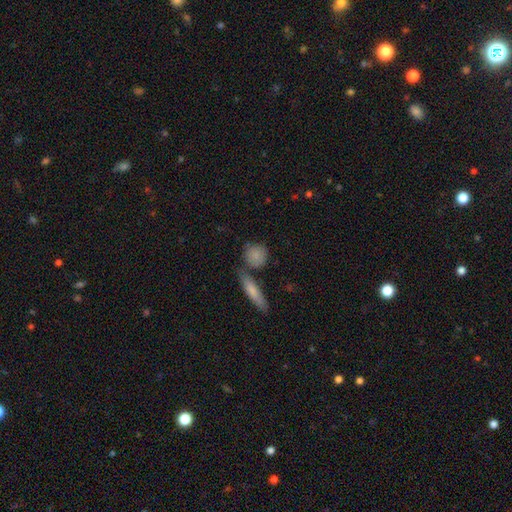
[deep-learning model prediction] A smooth galaxy with no disk features (83%) that is round (76%).

Vote fractions:
- Smooth or featured? smooth: 83% / featured or disk: 10% / star or artifact: 7%
- How rounded? round: 76% / in between: 17% / cigar-shaped: 7%
- Merging? none: 67% / merger: 17% / minor disturbance: 12% / major disturbance: 4%